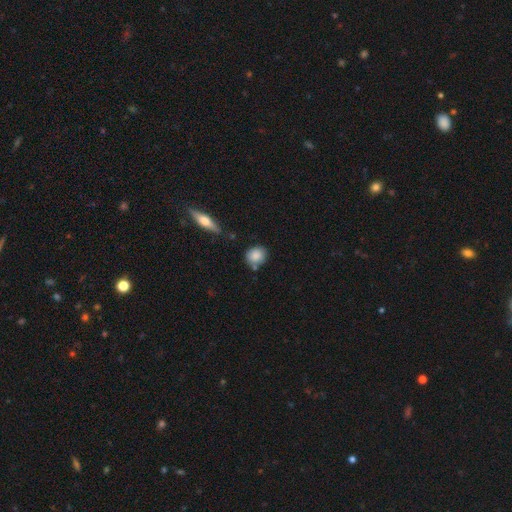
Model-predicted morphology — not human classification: smooth-or-featured: smooth: 84% | featured or disk: 9% | star or artifact: 8%
  how-rounded: round: 73% | in between: 25% | cigar-shaped: 2%
  merging: none: 69% | minor disturbance: 18% | merger: 9% | major disturbance: 4%